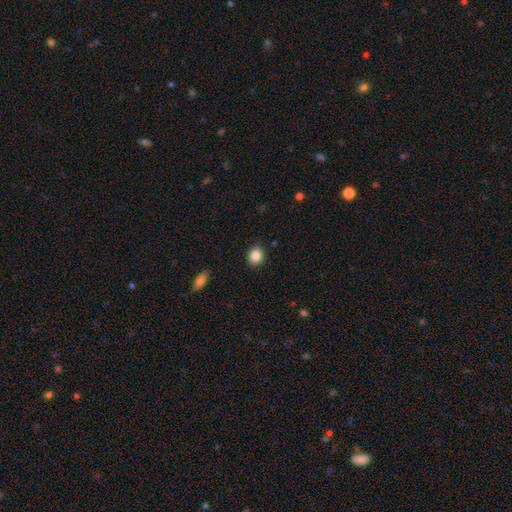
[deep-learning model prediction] Smooth or featured: smooth — 86% (star or artifact — 9%)
How rounded: round — 58% (in between — 41%)
Merging: none — 89% (minor disturbance — 8%)